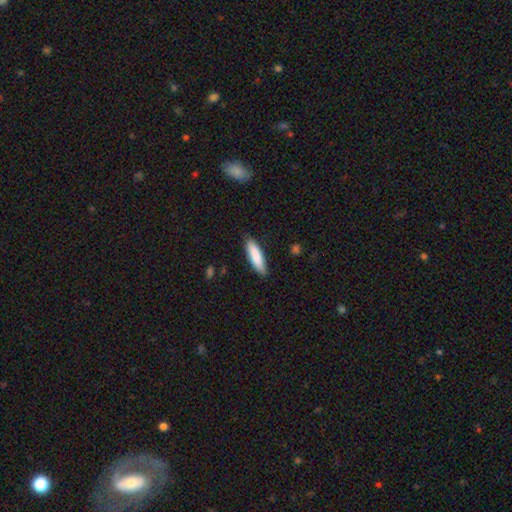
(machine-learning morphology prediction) smooth-or-featured: smooth: 86% | featured or disk: 9% | star or artifact: 6%
  how-rounded: cigar-shaped: 61% | in between: 37% | round: 1%
  merging: none: 85% | minor disturbance: 12% | major disturbance: 2% | merger: 1%